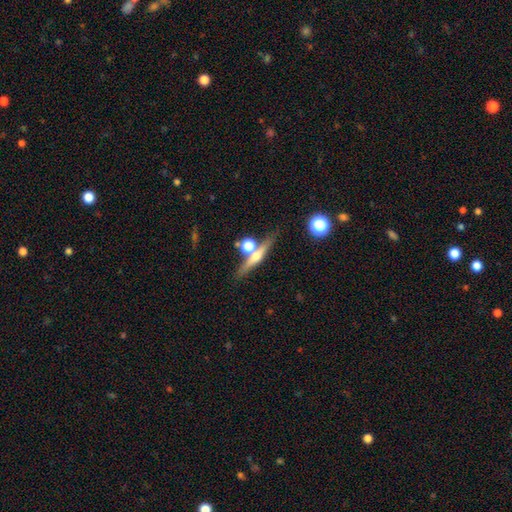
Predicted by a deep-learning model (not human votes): Smooth or featured? Predicted: featured or disk (p=0.59). Edge-on disk? Predicted: yes (p=0.93). Edge-on bulge? Predicted: rounded (p=0.88). Merging? Predicted: none (p=0.69).